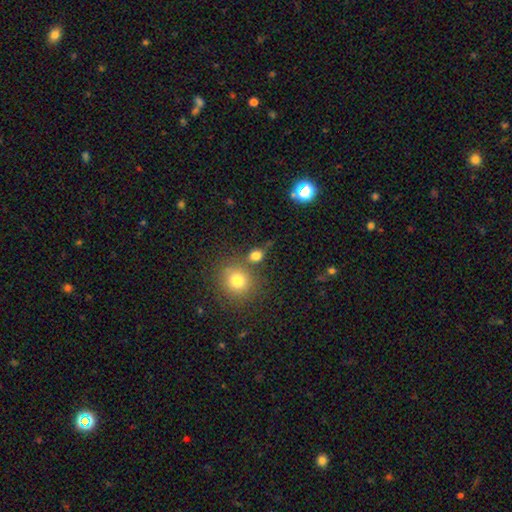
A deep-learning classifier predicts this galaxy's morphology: Smooth or featured: smooth — 78% (star or artifact — 15%)
How rounded: round — 67% (in between — 31%)
Merging: none — 65% (merger — 16%)